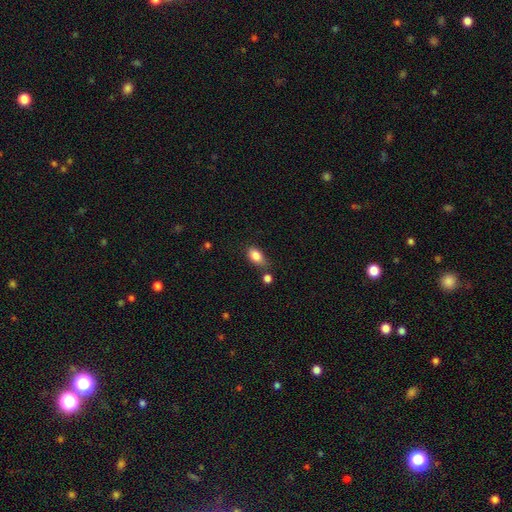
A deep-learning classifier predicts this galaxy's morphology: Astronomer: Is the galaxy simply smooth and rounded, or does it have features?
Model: smooth — 84%.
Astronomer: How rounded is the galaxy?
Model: in between — 85%.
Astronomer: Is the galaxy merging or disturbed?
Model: none — 57%.